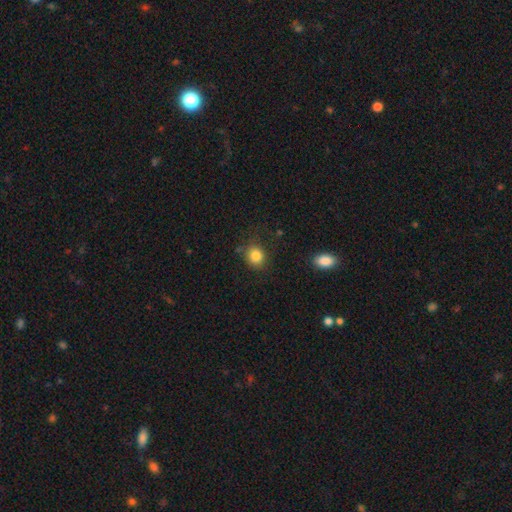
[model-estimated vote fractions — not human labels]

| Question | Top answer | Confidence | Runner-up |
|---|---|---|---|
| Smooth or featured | smooth | 84% | star or artifact (10%) |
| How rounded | round | 74% | in between (25%) |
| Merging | none | 80% | minor disturbance (13%) |